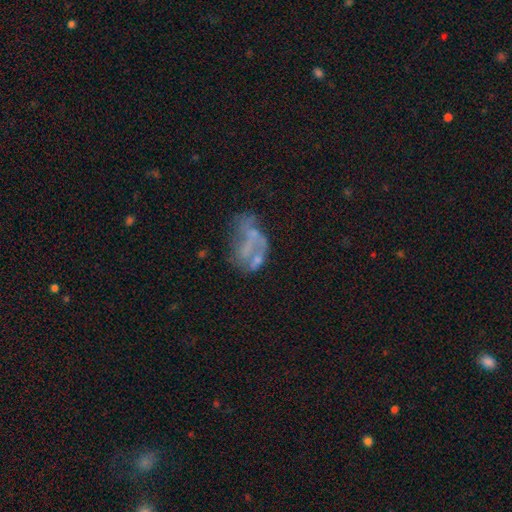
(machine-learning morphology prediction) Overall: featured or disk (57%; smooth 28%). Edge-on disk: no (97%). Bar: no (75%). Spiral arms: no (75%). Bulge size: none (66%). Merging: major disturbance (36%; none 27%).